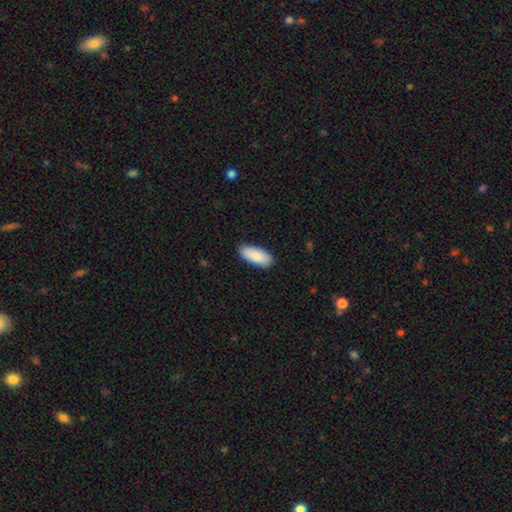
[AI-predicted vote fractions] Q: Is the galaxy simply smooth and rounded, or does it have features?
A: smooth — 88%.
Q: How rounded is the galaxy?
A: in between — 87%.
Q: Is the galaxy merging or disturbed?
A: none — 87%.